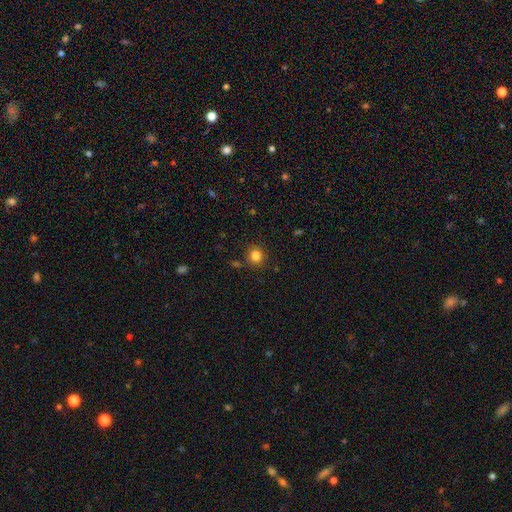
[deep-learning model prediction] Smooth or featured? Predicted: smooth (p=0.83). How rounded? Predicted: round (p=0.89). Merging? Predicted: none (p=0.86).